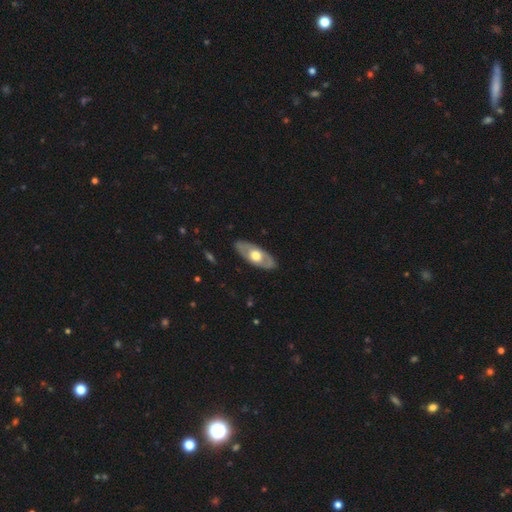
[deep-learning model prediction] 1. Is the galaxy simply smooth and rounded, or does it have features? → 56% featured or disk, 39% smooth, 4% star or artifact.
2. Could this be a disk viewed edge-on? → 75% no, 25% yes.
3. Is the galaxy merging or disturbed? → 84% none, 12% minor disturbance, 3% major disturbance, 1% merger.